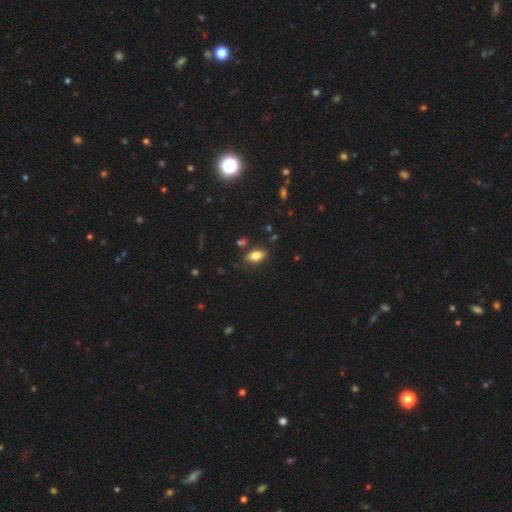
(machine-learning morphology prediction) Smooth or featured?
  - smooth: 81% *
  - star or artifact: 10%
  - featured or disk: 9%
How rounded?
  - in between: 88% *
  - round: 8%
  - cigar-shaped: 3%
Merging?
  - none: 82% *
  - minor disturbance: 12%
  - merger: 3%
  - major disturbance: 3%